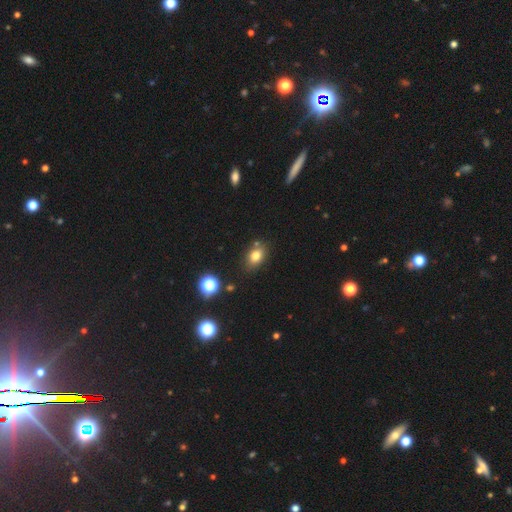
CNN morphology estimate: Q: Smooth or featured?
A: smooth (78%); runner-up: star or artifact (13%)
Q: How rounded?
A: in between (74%); runner-up: round (24%)
Q: Merging?
A: none (77%); runner-up: minor disturbance (13%)